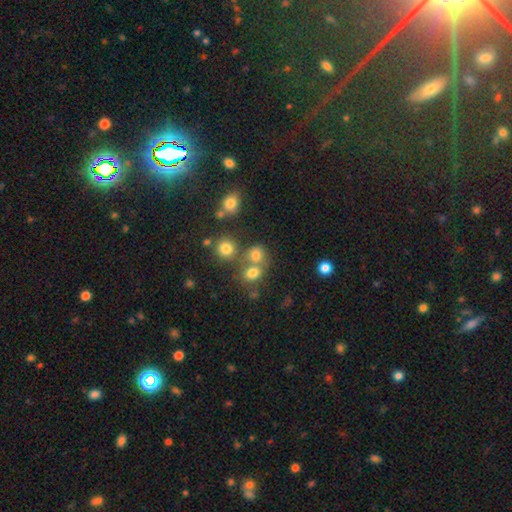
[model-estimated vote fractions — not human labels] Smooth or featured?
  - smooth: 73% *
  - star or artifact: 17%
  - featured or disk: 10%
How rounded?
  - round: 70% *
  - in between: 29%
  - cigar-shaped: 1%
Merging?
  - none: 51% *
  - merger: 35%
  - minor disturbance: 9%
  - major disturbance: 4%